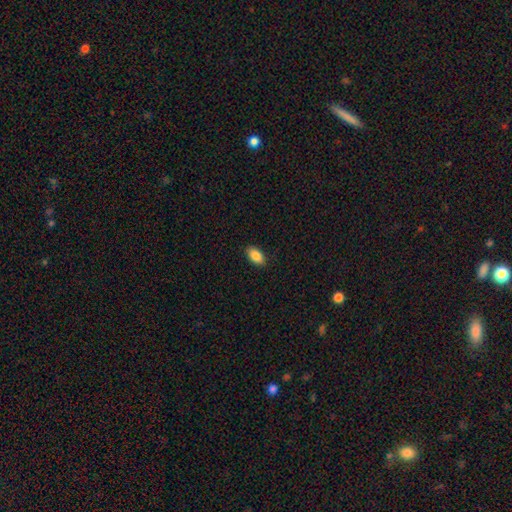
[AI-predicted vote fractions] Smooth or featured? Predicted: smooth (p=0.87). How rounded? Predicted: in between (p=0.93). Merging? Predicted: none (p=0.89).